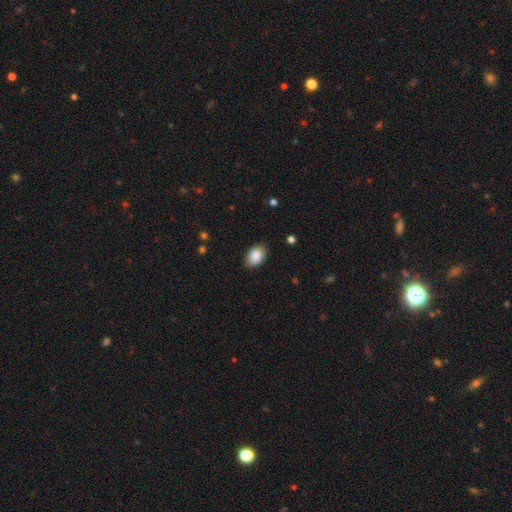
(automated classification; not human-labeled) A smooth galaxy with no disk features (88%) that is in between round and cigar-shaped (89%).

Vote fractions:
- Smooth or featured? smooth: 88% / star or artifact: 7% / featured or disk: 5%
- How rounded? in between: 89% / round: 10% / cigar-shaped: 1%
- Merging? none: 85% / minor disturbance: 12% / major disturbance: 3% / merger: 1%